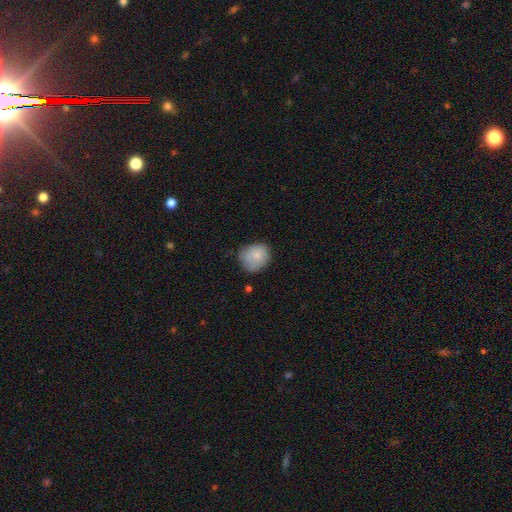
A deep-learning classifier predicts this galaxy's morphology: smooth_or_featured: smooth (p=0.80) [alt: featured or disk p=0.12]
how_rounded: round (p=0.71) [alt: in between p=0.28]
merging: none (p=0.61) [alt: minor disturbance p=0.30]